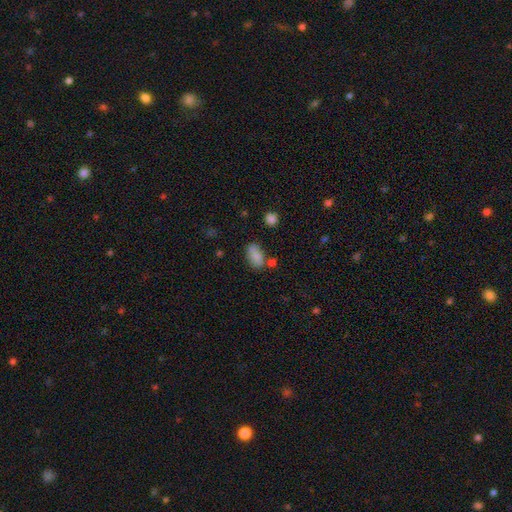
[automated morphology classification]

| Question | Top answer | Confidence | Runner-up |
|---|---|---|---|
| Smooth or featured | smooth | 80% | featured or disk (11%) |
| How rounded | in between | 90% | round (7%) |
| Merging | none | 63% | minor disturbance (20%) |